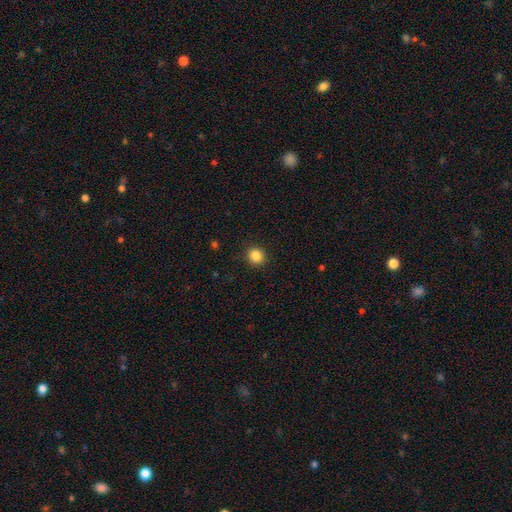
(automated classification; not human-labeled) This appears to be a smooth galaxy with no disk features (85%) that is round (86%). Merging: none (91%).